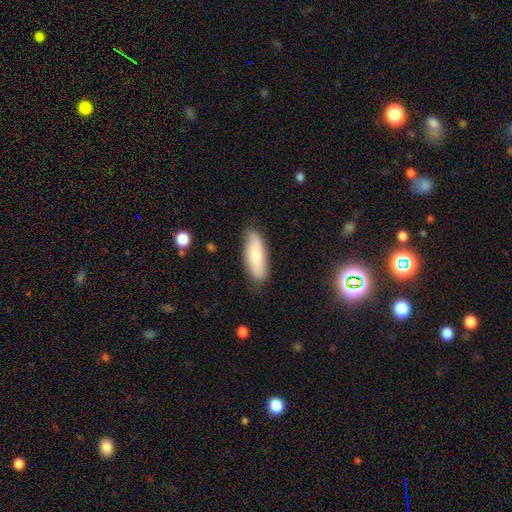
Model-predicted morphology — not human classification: The model was most divided on "how rounded": in between: 65%, cigar-shaped: 33%, round: 2%. More confident: merging — none (82%); smooth or featured — smooth (75%).